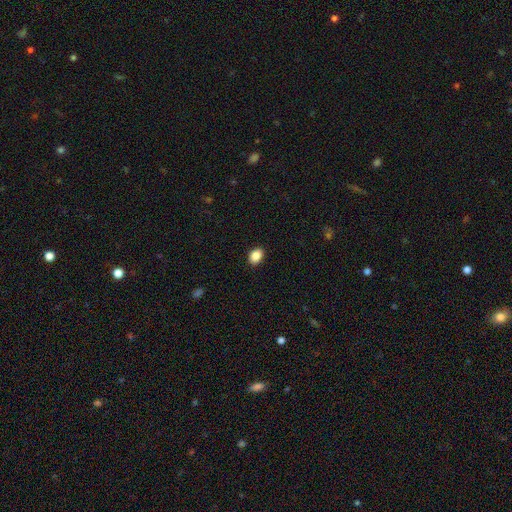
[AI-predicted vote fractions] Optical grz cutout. It shows a smooth galaxy with no disk features (87%) that is in between round and cigar-shaped (71%). Merging: none (90%).